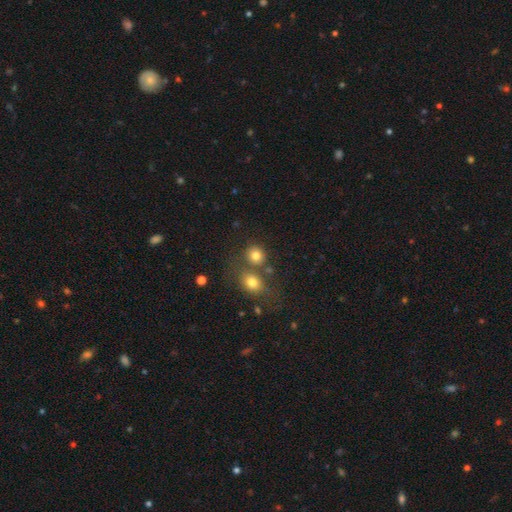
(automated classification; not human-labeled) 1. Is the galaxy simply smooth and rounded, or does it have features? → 79% smooth, 13% star or artifact, 8% featured or disk.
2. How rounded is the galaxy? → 78% round, 21% in between, 1% cigar-shaped.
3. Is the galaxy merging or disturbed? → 62% none, 25% merger, 9% minor disturbance, 4% major disturbance.